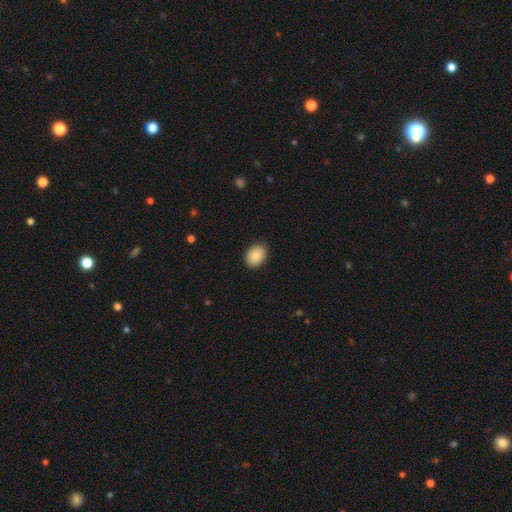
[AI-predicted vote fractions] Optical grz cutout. It shows a smooth galaxy with no disk features (87%) that is in between round and cigar-shaped (66%). Merging: none (87%).